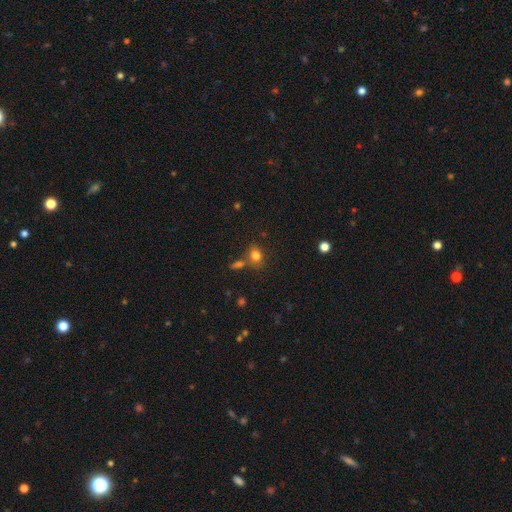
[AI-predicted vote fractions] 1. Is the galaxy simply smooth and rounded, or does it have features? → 79% smooth, 12% star or artifact, 8% featured or disk.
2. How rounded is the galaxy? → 54% in between, 45% round, 1% cigar-shaped.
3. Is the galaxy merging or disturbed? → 65% none, 16% merger, 14% minor disturbance, 5% major disturbance.